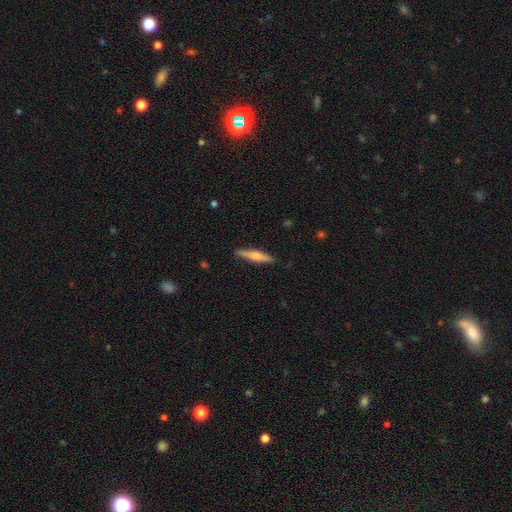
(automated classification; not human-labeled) Morphology: type=smooth (50%); merging=none (90%).